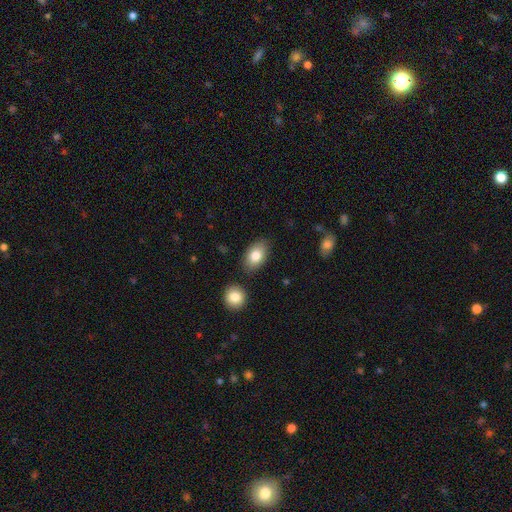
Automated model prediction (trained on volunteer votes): Smooth or featured? smooth (81%)
How rounded? in between (89%)
Merging? none (80%)